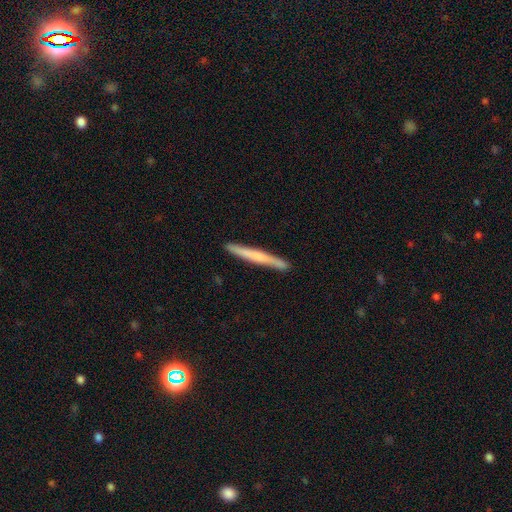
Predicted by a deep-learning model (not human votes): Smooth or featured: smooth — 51% (featured or disk — 44%)
How rounded: cigar-shaped — 97% (in between — 2%)
Merging: none — 90% (minor disturbance — 8%)